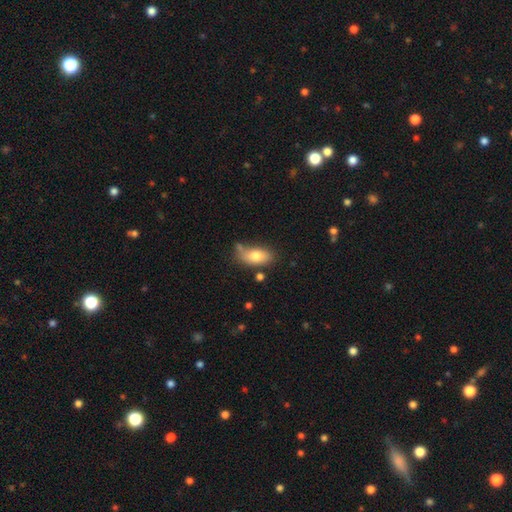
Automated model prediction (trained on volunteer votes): smooth_or_featured: smooth (p=0.76) [alt: featured or disk p=0.17]
how_rounded: in between (p=0.90) [alt: round p=0.05]
merging: none (p=0.59) [alt: minor disturbance p=0.23]